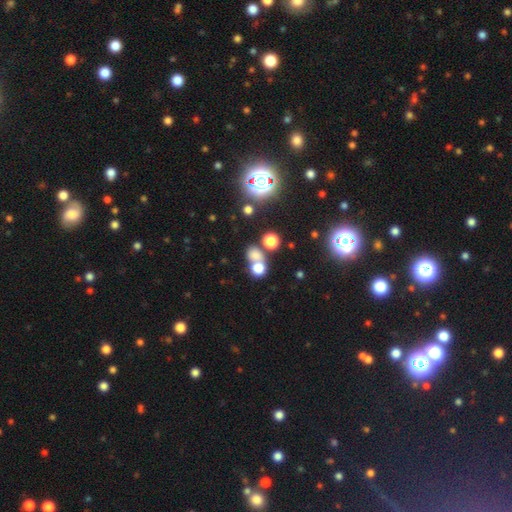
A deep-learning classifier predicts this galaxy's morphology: Smooth or featured? Predicted: smooth (p=0.66). How rounded? Predicted: round (p=0.71). Merging? Predicted: none (p=0.48).